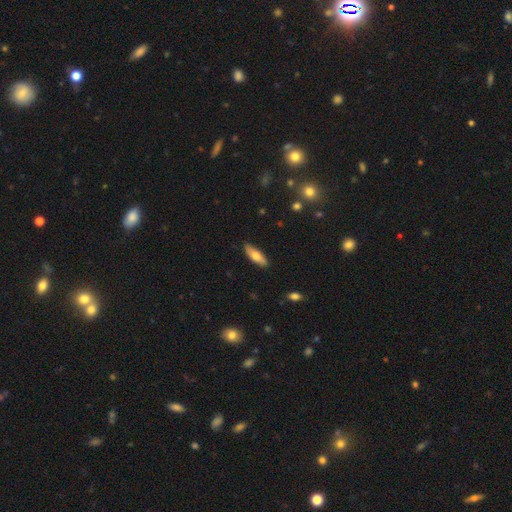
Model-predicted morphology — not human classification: type=smooth (68%); roundness=in between (54%); merging=none (86%).